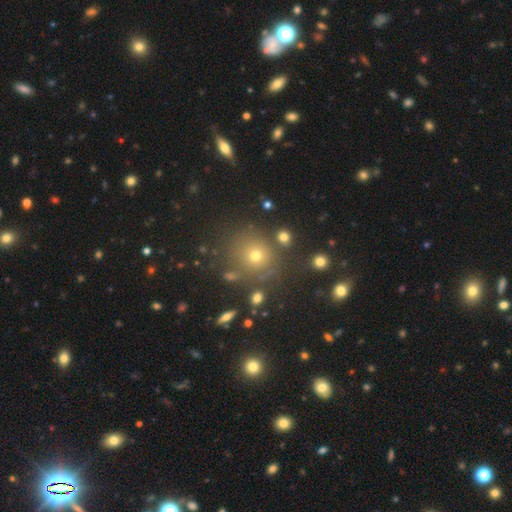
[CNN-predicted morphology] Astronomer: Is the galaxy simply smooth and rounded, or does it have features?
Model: smooth — 65%.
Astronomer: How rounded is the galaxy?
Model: round — 87%.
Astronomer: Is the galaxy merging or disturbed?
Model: none — 79%.